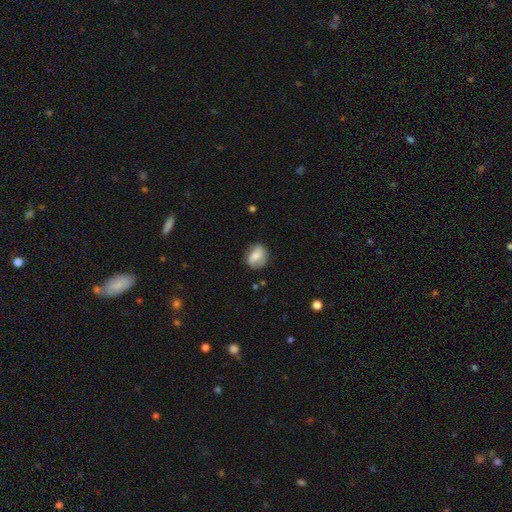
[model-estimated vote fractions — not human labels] This appears to be a smooth galaxy with no disk features (60%) that is in between round and cigar-shaped (50%). Merging: none (68%).